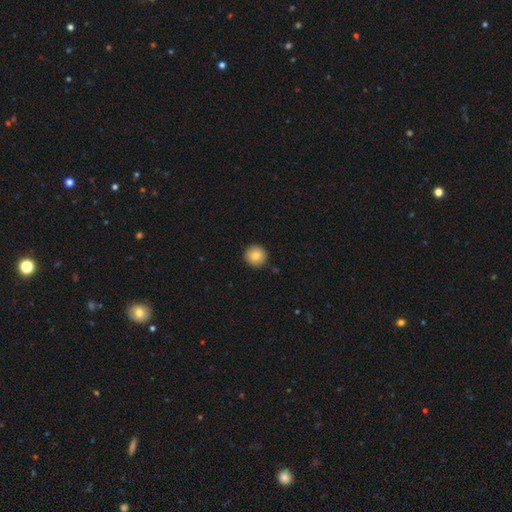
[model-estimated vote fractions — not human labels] Morphology: type=smooth (83%); roundness=round (94%); merging=none (90%).